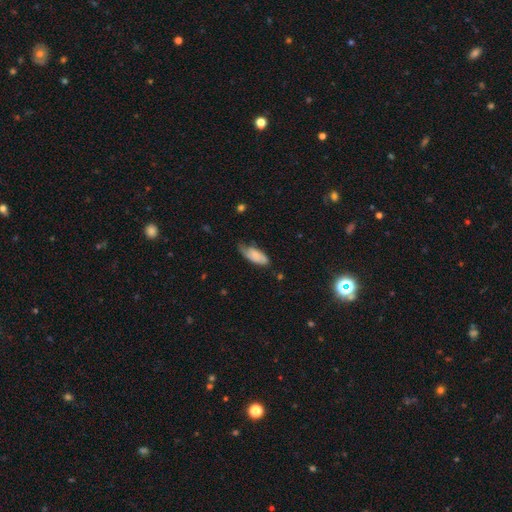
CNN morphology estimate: Smooth or featured? smooth (77%)
How rounded? in between (82%)
Merging? none (49%)